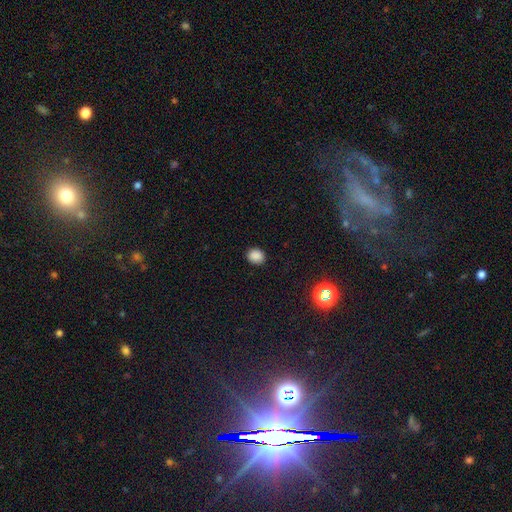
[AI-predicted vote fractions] Overall: smooth (85%). How rounded: round (66%; in between 34%). Merging: none (89%).